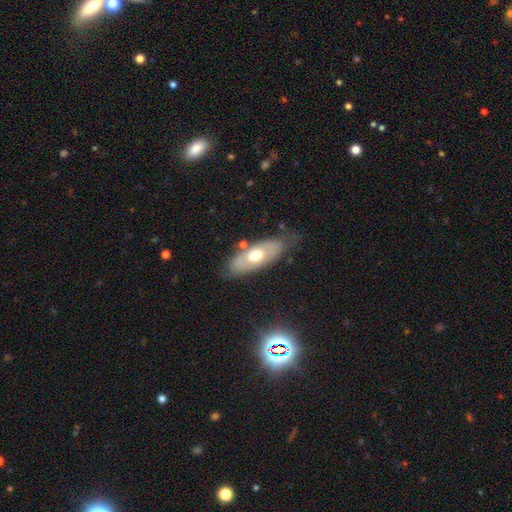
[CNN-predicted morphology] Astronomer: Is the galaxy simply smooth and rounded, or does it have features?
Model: featured or disk — 48% (runner-up: smooth, 46%).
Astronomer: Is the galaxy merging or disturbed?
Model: none — 70%.